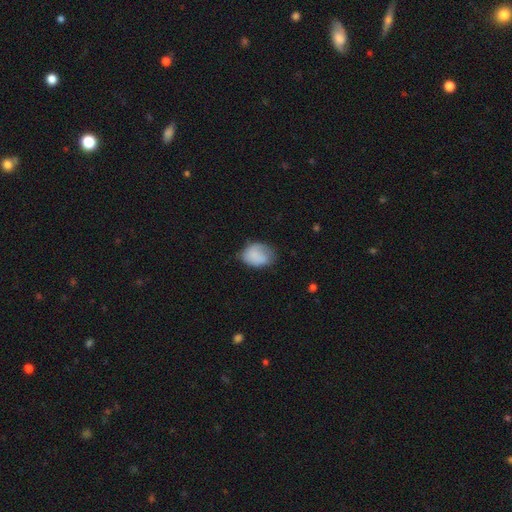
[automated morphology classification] This appears to be a smooth galaxy with no disk features (80%) that is in between round and cigar-shaped (73%). Merging: none (51%).